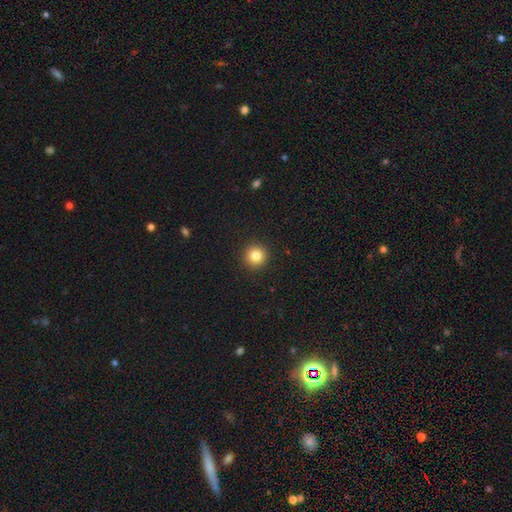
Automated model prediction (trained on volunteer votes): Q: Smooth or featured?
A: smooth (82%); runner-up: star or artifact (12%)
Q: How rounded?
A: round (96%); runner-up: in between (3%)
Q: Merging?
A: none (93%); runner-up: minor disturbance (4%)